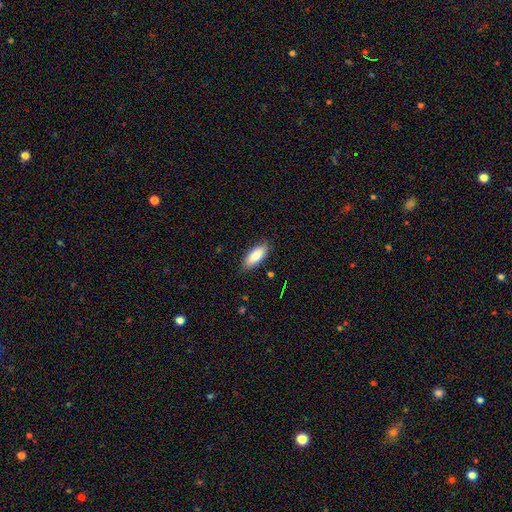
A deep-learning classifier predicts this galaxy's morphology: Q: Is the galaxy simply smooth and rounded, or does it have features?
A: smooth — 86%.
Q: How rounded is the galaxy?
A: in between — 80%.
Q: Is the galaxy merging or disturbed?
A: none — 85%.